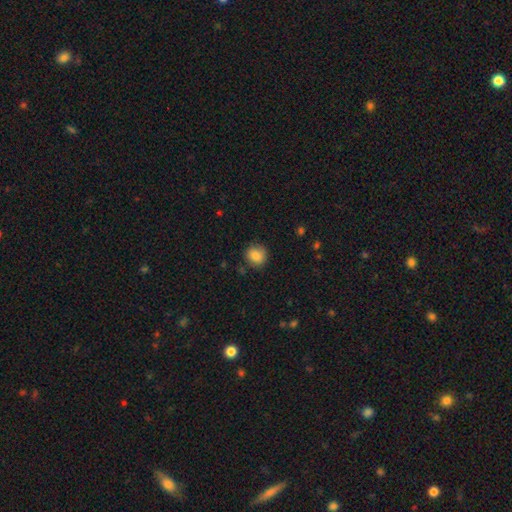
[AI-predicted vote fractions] The model was most divided on "how rounded": round: 79%, in between: 20%, cigar-shaped: 1%. More confident: smooth or featured — smooth (86%); merging — none (82%).